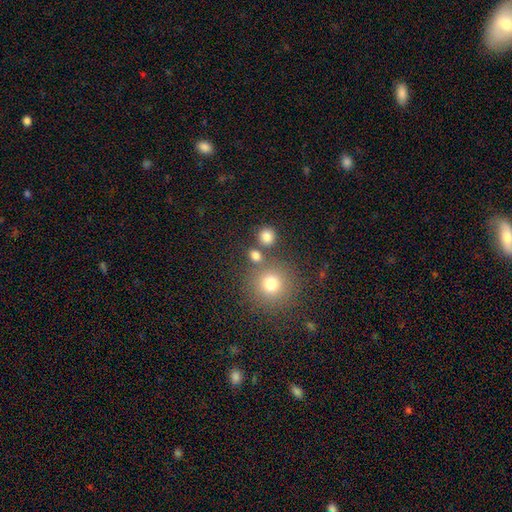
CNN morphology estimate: A smooth galaxy with no disk features (77%) that is round (82%).

Vote fractions:
- Smooth or featured? smooth: 77% / star or artifact: 15% / featured or disk: 7%
- How rounded? round: 82% / in between: 17% / cigar-shaped: 1%
- Merging? none: 73% / merger: 15% / minor disturbance: 8% / major disturbance: 4%